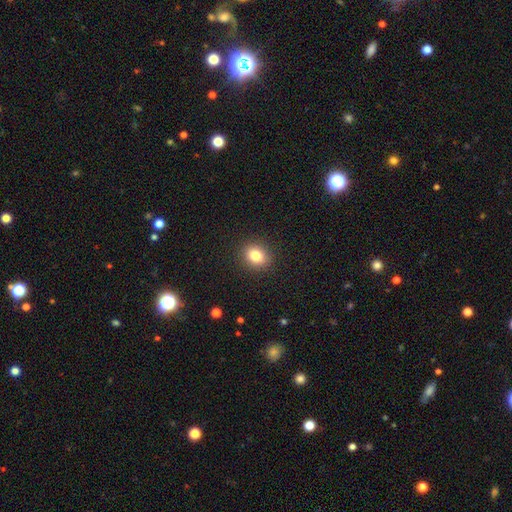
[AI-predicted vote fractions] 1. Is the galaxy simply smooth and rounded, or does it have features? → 82% smooth, 11% star or artifact, 7% featured or disk.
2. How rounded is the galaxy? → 62% round, 37% in between, 1% cigar-shaped.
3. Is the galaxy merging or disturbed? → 90% none, 6% minor disturbance, 2% major disturbance, 1% merger.